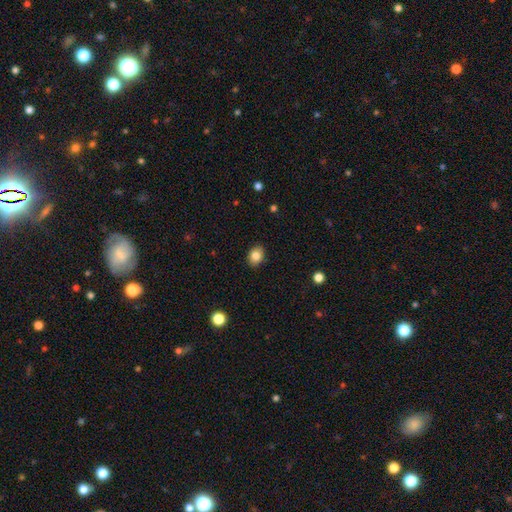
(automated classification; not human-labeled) smooth-or-featured: smooth: 84% | star or artifact: 9% | featured or disk: 7%
  how-rounded: in between: 63% | round: 36% | cigar-shaped: 1%
  merging: none: 88% | minor disturbance: 9% | major disturbance: 2% | merger: 1%